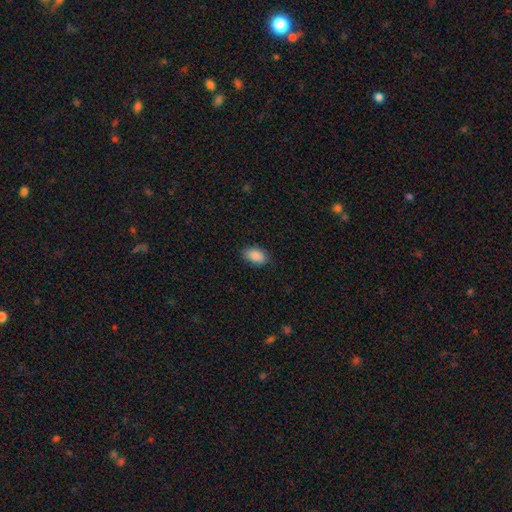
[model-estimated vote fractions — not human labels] Q: Smooth or featured?
A: smooth (89%); runner-up: star or artifact (7%)
Q: How rounded?
A: in between (91%); runner-up: round (7%)
Q: Merging?
A: none (82%); runner-up: minor disturbance (14%)